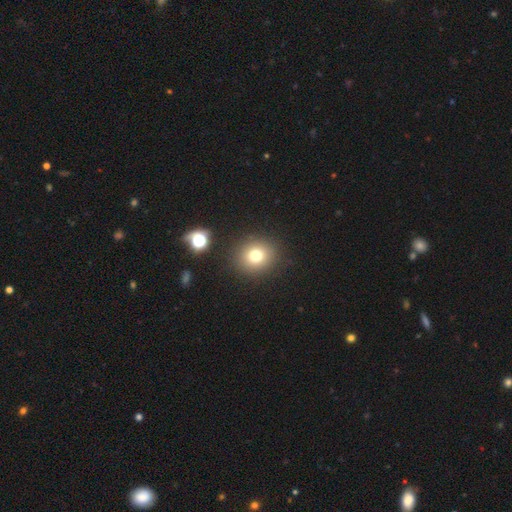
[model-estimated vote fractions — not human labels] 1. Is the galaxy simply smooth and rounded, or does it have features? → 75% smooth, 16% star or artifact, 10% featured or disk.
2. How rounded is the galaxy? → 82% round, 17% in between, 1% cigar-shaped.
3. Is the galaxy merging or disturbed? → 88% none, 7% minor disturbance, 3% major disturbance, 2% merger.